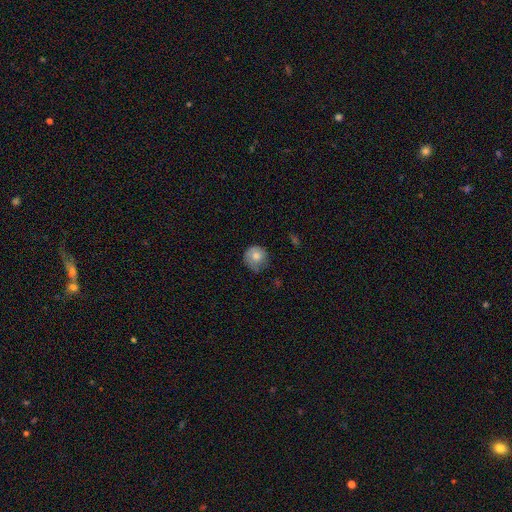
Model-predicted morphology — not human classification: Overall: smooth (78%). How rounded: round (91%). Merging: none (61%; minor disturbance 30%).